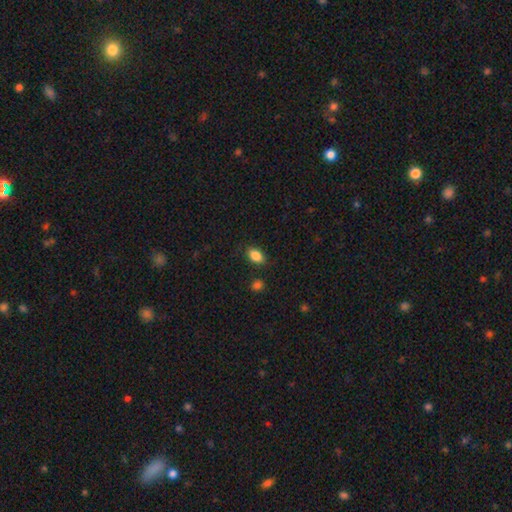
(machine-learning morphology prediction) This is clearly a smooth galaxy (86%). How rounded: clearly in between (88%). Merging: clearly none (84%).